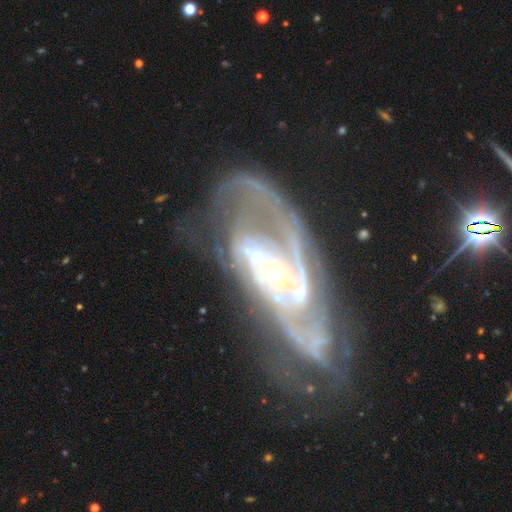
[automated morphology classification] A featured or disk galaxy (85%) with no bar (45%), 2 (41%) medium (39%, tied with tight) spiral arms (88%) and a moderate central bulge (47%). Merging: none (38%).